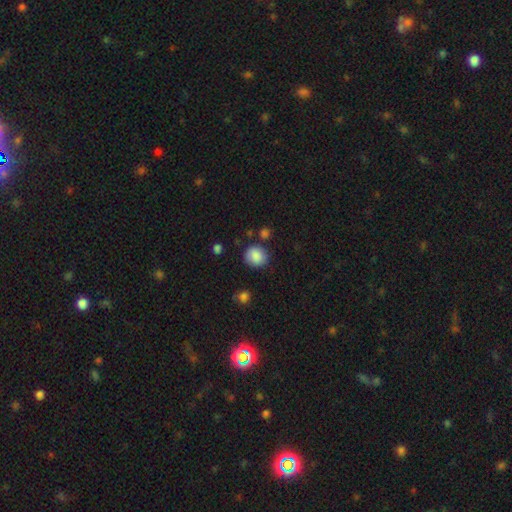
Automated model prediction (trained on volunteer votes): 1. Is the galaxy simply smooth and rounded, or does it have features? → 87% smooth, 8% star or artifact, 5% featured or disk.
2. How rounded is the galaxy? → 81% round, 18% in between, 1% cigar-shaped.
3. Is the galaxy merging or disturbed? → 82% none, 12% minor disturbance, 4% merger, 3% major disturbance.